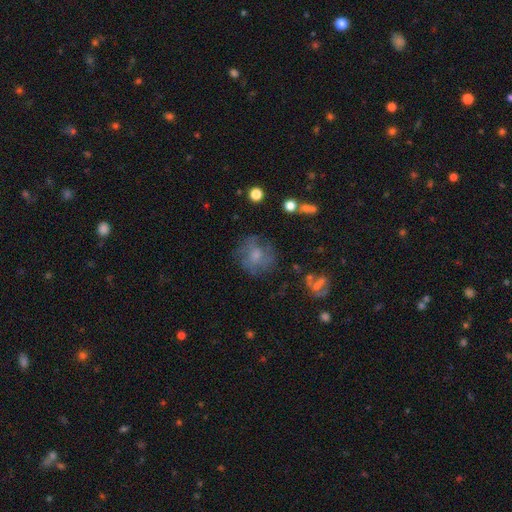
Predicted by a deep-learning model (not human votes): smooth 46%, featured or disk 42%, star or artifact 13%. Down the decision tree: merging — none (61%).